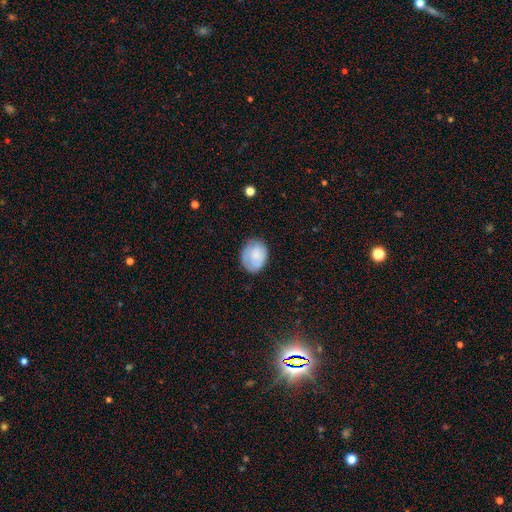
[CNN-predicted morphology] smooth 77%, featured or disk 16%, star or artifact 7%. Down the decision tree: how rounded — in between (54%); merging — none (71%).